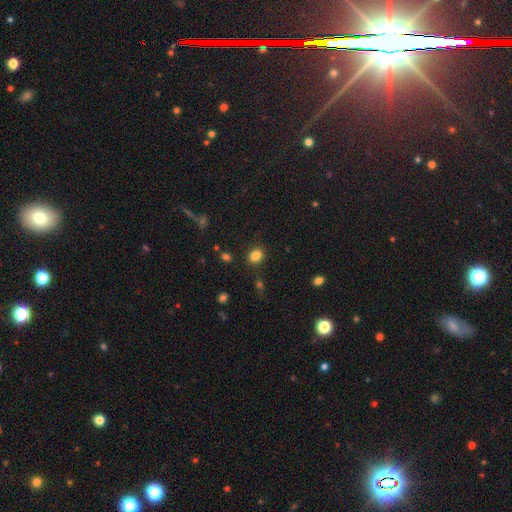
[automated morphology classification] A smooth galaxy with no disk features (84%) that is round (51%).

Vote fractions:
- Smooth or featured? smooth: 84% / star or artifact: 11% / featured or disk: 4%
- How rounded? round: 51% / in between: 48% / cigar-shaped: 1%
- Merging? none: 84% / minor disturbance: 10% / major disturbance: 3% / merger: 3%